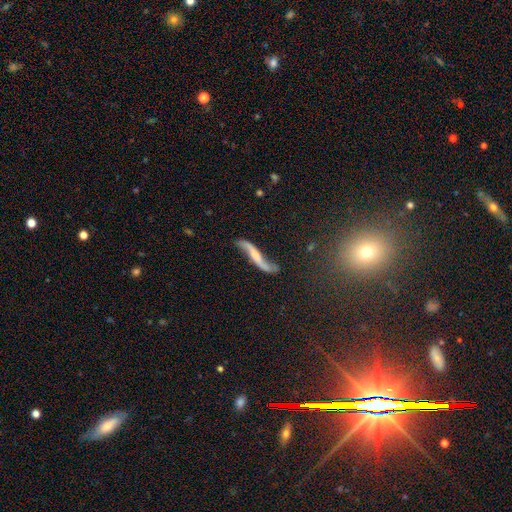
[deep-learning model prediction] A featured or disk galaxy (77%) with no bar (43%), spiral arms (91%) and no central bulge (40%).

Vote fractions:
- Smooth or featured? featured or disk: 77% / smooth: 17% / star or artifact: 6%
- Edge-on disk? no: 71% / yes: 29%
- Bar? no: 43% / weak: 32% / strong: 24%
- Spiral arms? yes: 91% / no: 9%
- Bulge size? none: 40% / small: 31% / moderate: 21% / large: 5% / dominant: 2%
- Merging? none: 61% / minor disturbance: 22% / major disturbance: 11% / merger: 6%